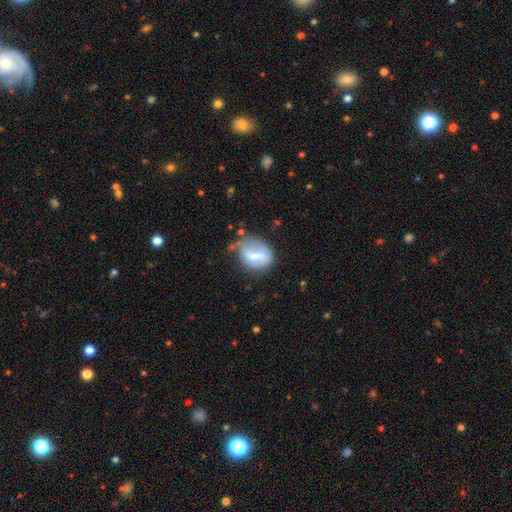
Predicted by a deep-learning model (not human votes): A smooth galaxy with no disk features (55%) that is in between round and cigar-shaped (60%). Merging: none (44%).